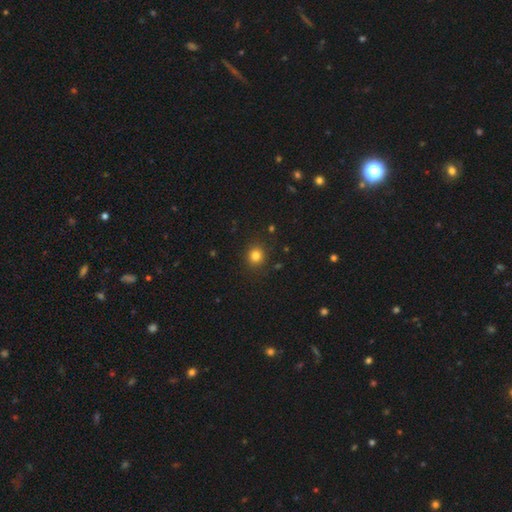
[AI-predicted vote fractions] smooth 81%, star or artifact 13%, featured or disk 6%. Down the decision tree: how rounded — round (89%); merging — none (90%).